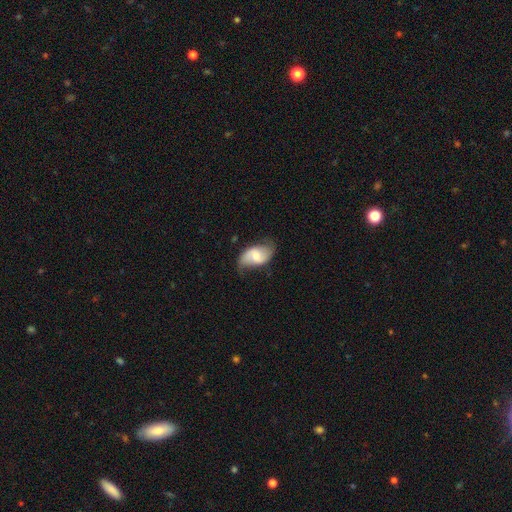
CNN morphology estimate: This appears to be a featured or disk galaxy (56%) with a weak bar (46%), spiral arms (85%) and a moderate central bulge (53%). Merging: none (65%).